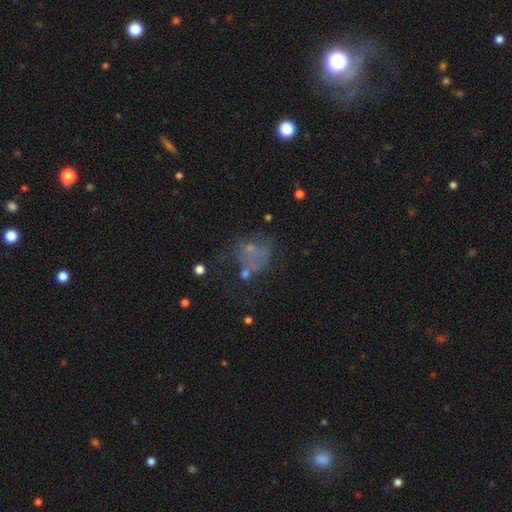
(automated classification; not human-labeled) Smooth or featured? Predicted: smooth (p=0.39). Merging? Predicted: none (p=0.47).